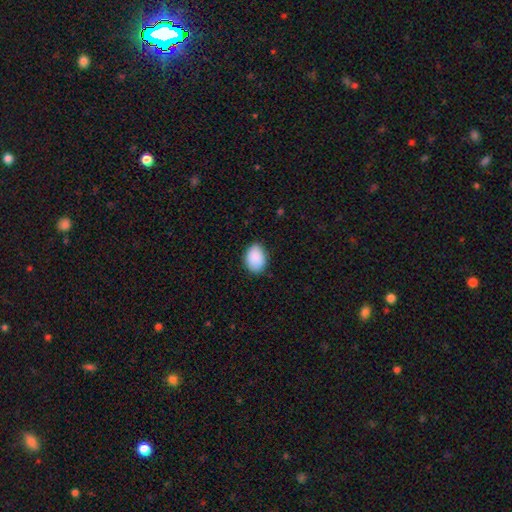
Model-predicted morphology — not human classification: smooth 90%, star or artifact 7%, featured or disk 3%. Down the decision tree: how rounded — in between (79%); merging — none (83%).